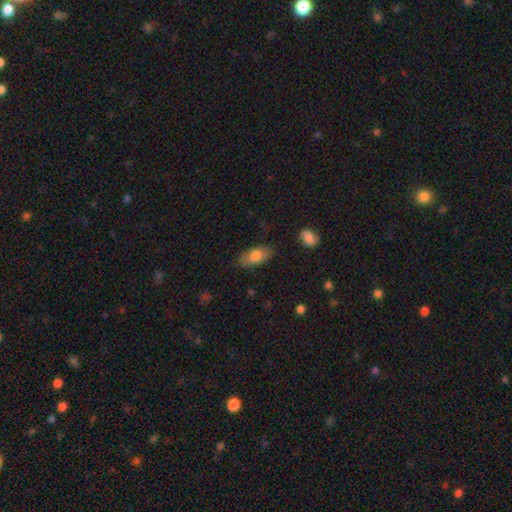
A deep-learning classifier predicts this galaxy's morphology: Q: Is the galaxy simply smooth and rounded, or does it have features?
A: smooth — 78%.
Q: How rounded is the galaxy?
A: in between — 88%.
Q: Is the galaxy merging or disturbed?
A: none — 81%.